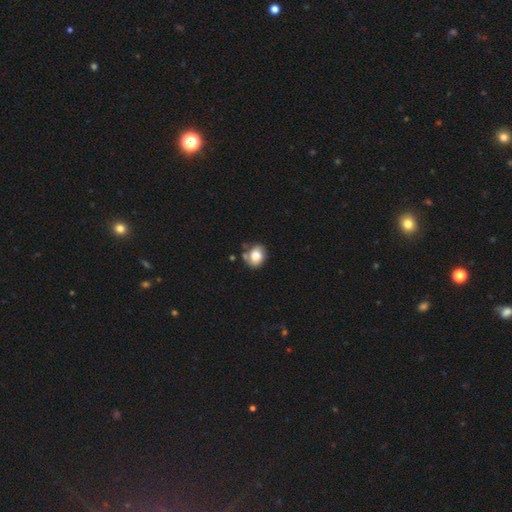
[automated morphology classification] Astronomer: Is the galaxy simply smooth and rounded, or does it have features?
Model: smooth — 80%.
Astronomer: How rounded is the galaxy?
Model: round — 50% (runner-up: in between, 49%).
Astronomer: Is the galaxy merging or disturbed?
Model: none — 55%.